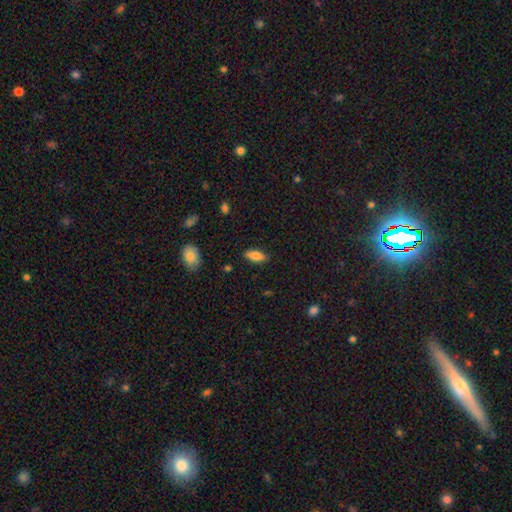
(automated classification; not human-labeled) Smooth or featured: smooth — 74% (featured or disk — 19%)
How rounded: in between — 70% (cigar-shaped — 28%)
Merging: none — 85% (minor disturbance — 11%)